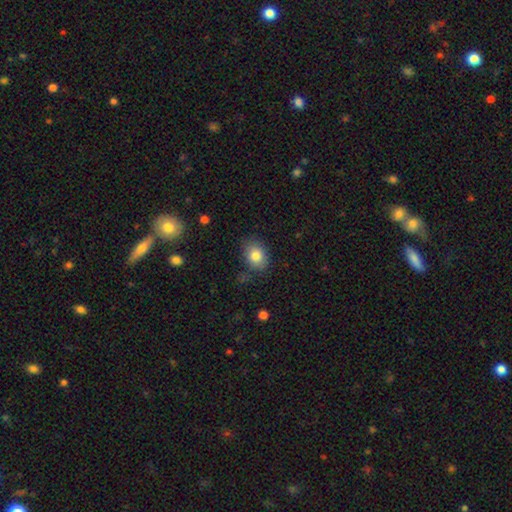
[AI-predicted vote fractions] Smooth or featured? smooth (82%)
How rounded? in between (66%)
Merging? none (80%)